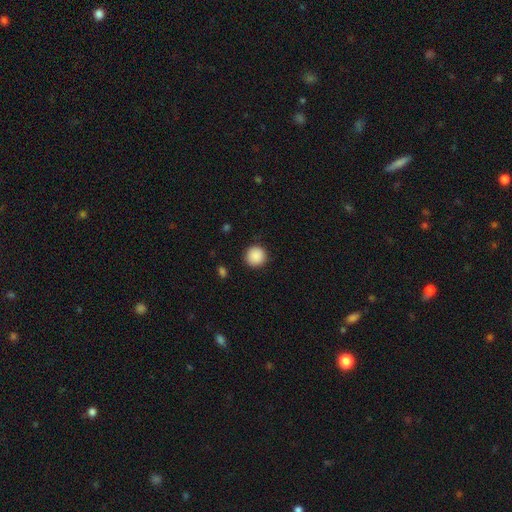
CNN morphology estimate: This is clearly a smooth galaxy (90%). How rounded: clearly round (94%). Merging: clearly none (91%).